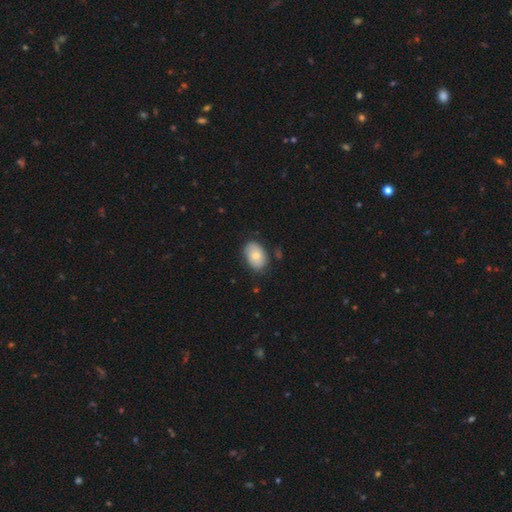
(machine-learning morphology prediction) Smooth or featured? smooth (73%)
How rounded? in between (85%)
Merging? none (76%)